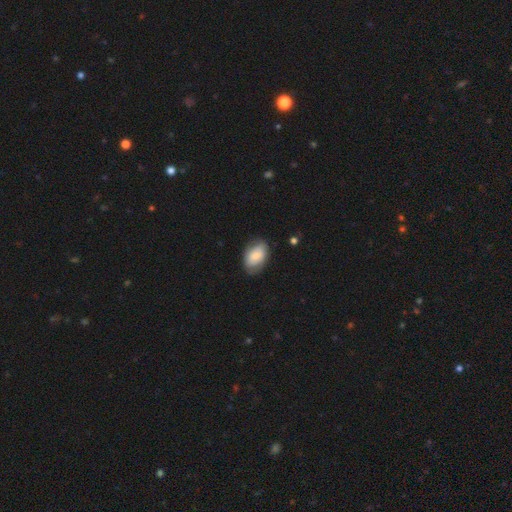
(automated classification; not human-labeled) The model was most divided on "smooth or featured": smooth: 67%, featured or disk: 27%, star or artifact: 6%. More confident: how rounded — in between (88%); merging — none (75%).